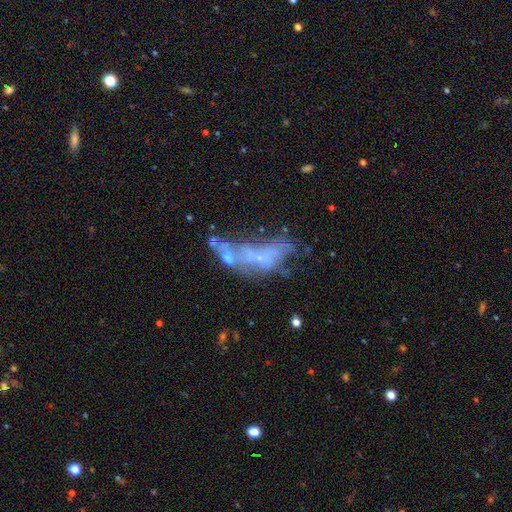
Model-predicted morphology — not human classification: type=featured or disk (53%); edge-on=no (90%); merging=merger (38%).